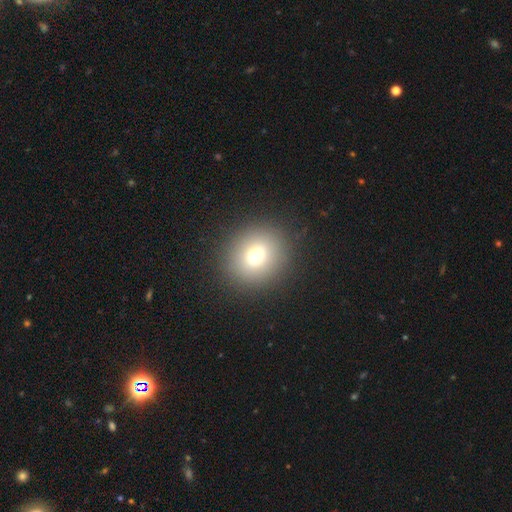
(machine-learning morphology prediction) The model was most divided on "smooth or featured": smooth: 73%, star or artifact: 15%, featured or disk: 12%. More confident: merging — none (90%); how rounded — round (83%).